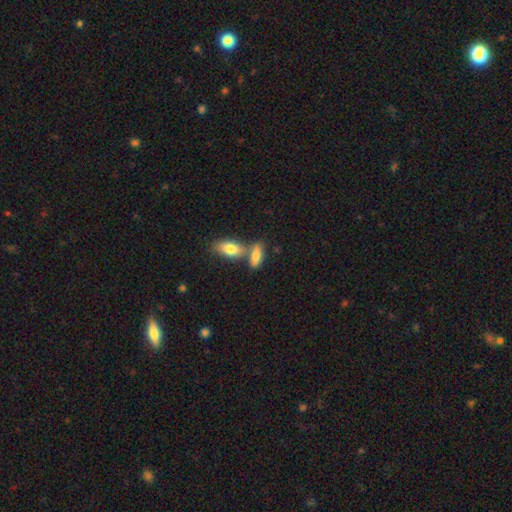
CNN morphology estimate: smooth 76%, featured or disk 17%, star or artifact 7%. Down the decision tree: how rounded — in between (72%); merging — none (48%).